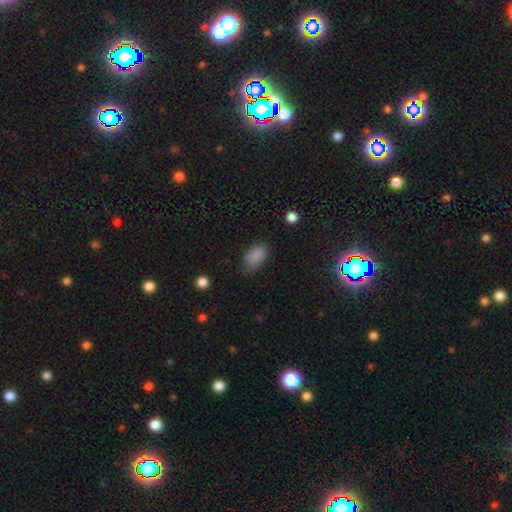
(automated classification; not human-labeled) Smooth or featured? Predicted: smooth (p=0.86). How rounded? Predicted: in between (p=0.92). Merging? Predicted: none (p=0.68).